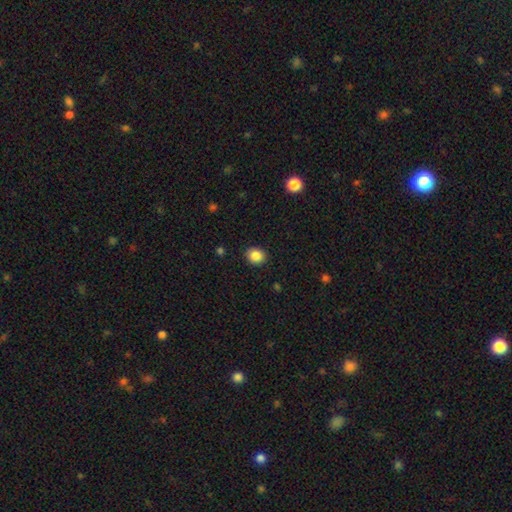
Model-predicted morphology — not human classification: smooth_or_featured: smooth (p=0.86) [alt: star or artifact p=0.09]
how_rounded: round (p=0.65) [alt: in between p=0.34]
merging: none (p=0.90) [alt: minor disturbance p=0.07]